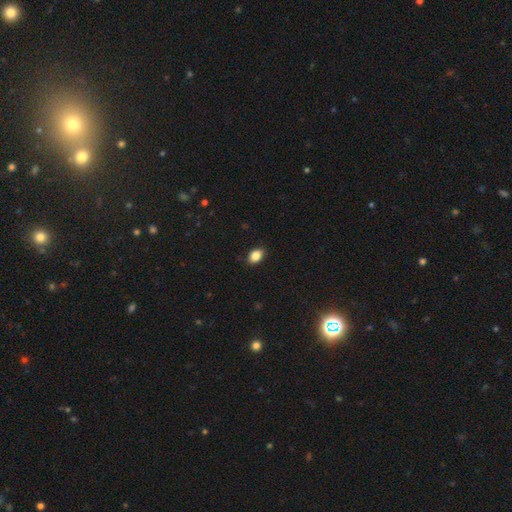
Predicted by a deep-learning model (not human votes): A smooth galaxy with no disk features (86%) that is in between round and cigar-shaped (81%). Merging: none (88%).